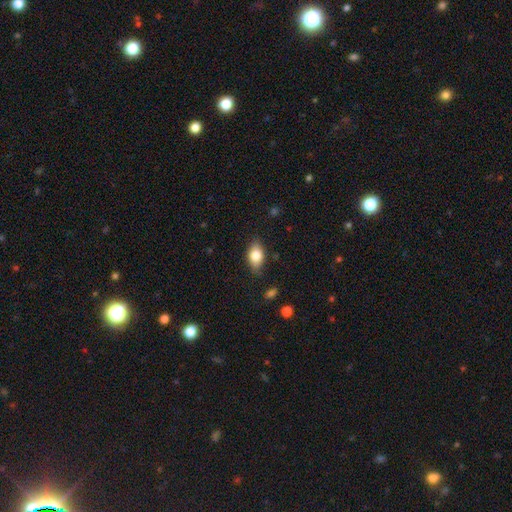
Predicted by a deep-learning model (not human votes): smooth 78%, featured or disk 15%, star or artifact 7%. Down the decision tree: how rounded — in between (86%); merging — none (81%).